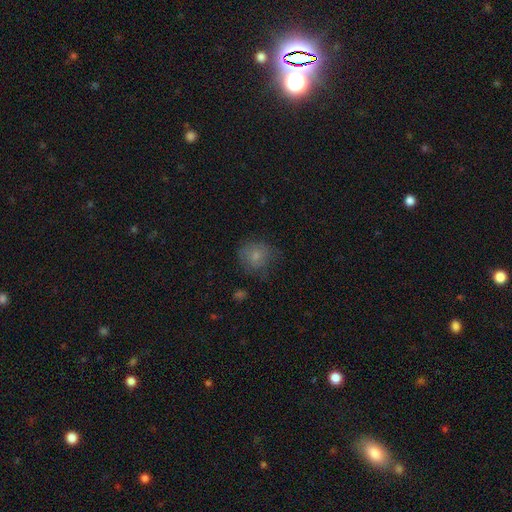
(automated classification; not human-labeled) Smooth or featured? Predicted: smooth (p=0.75). How rounded? Predicted: round (p=0.78). Merging? Predicted: none (p=0.57).